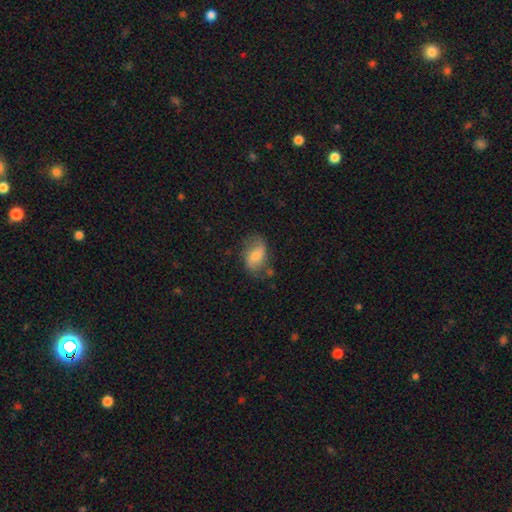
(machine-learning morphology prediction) This appears to be a featured or disk galaxy (46%, tied with smooth). Merging: none (56%).